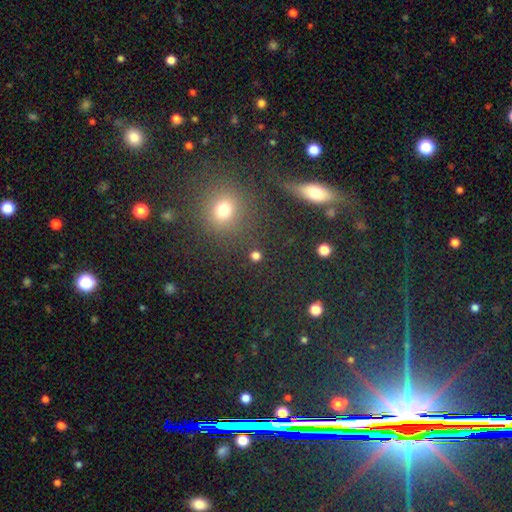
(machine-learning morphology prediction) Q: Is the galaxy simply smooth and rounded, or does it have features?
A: smooth — 73%.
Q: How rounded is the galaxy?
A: round — 90%.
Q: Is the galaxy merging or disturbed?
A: none — 87%.